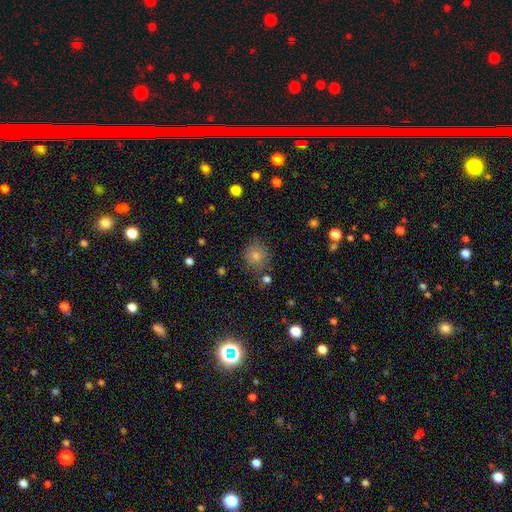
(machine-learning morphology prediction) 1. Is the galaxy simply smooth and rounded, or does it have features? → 64% smooth, 25% star or artifact, 12% featured or disk.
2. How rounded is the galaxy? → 89% round, 10% in between, 1% cigar-shaped.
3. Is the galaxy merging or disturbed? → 83% none, 10% minor disturbance, 4% merger, 3% major disturbance.